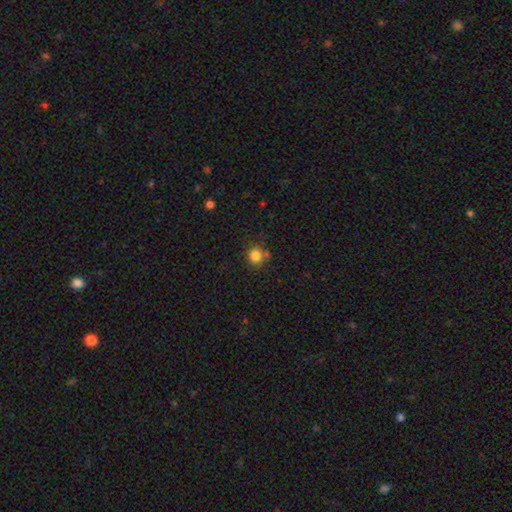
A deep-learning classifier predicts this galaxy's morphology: Smooth or featured? Predicted: smooth (p=0.83). How rounded? Predicted: round (p=0.89). Merging? Predicted: none (p=0.74).